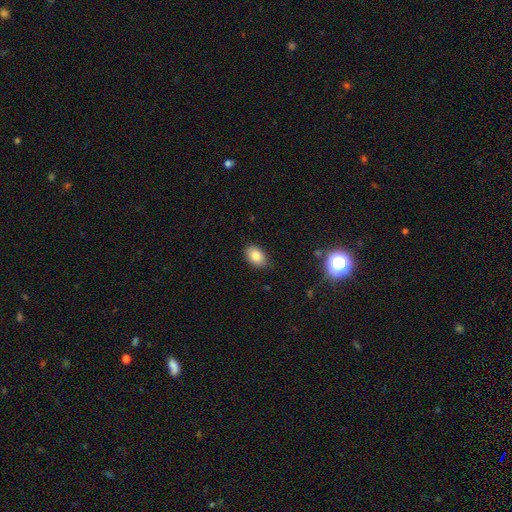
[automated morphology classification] Smooth or featured?
  - smooth: 84% *
  - star or artifact: 8%
  - featured or disk: 7%
How rounded?
  - in between: 89% *
  - round: 9%
  - cigar-shaped: 1%
Merging?
  - none: 83% *
  - minor disturbance: 13%
  - major disturbance: 2%
  - merger: 1%